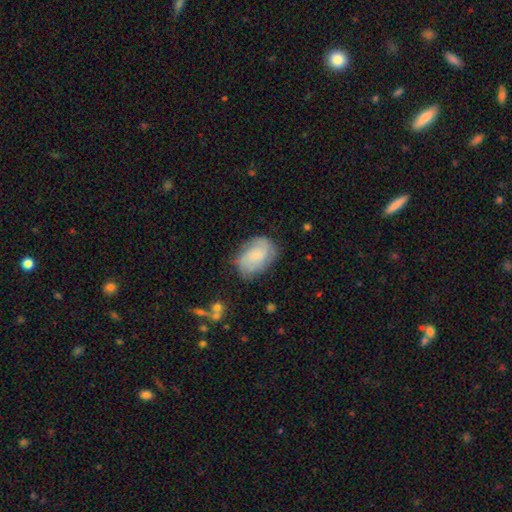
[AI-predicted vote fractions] The model was most divided on "smooth or featured": featured or disk: 53%, smooth: 40%, star or artifact: 8%. More confident: edge-on disk — no (97%); spiral arms — yes (87%); bulge size — small (66%); merging — none (65%); bar — no (64%).